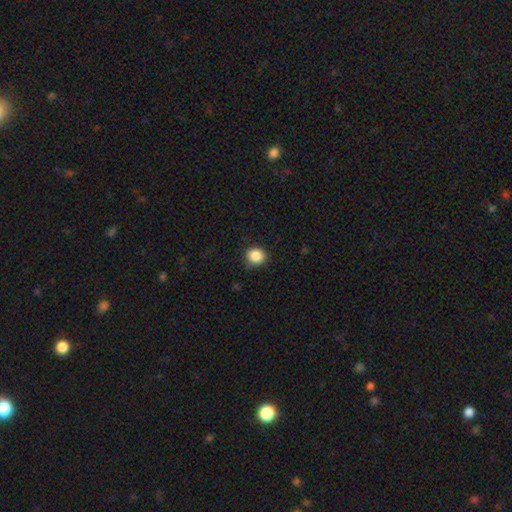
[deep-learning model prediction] Smooth or featured? Predicted: smooth (p=0.87). How rounded? Predicted: round (p=0.87). Merging? Predicted: none (p=0.85).